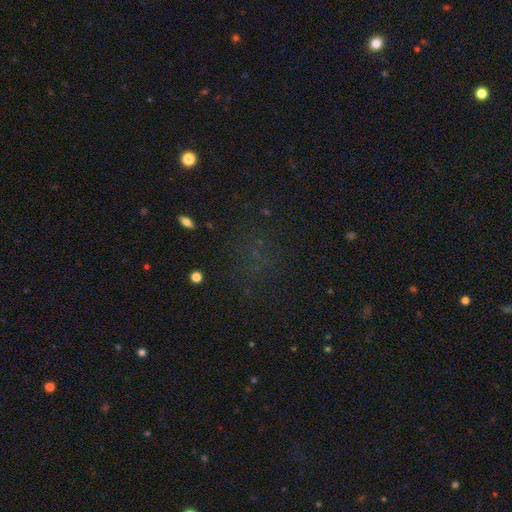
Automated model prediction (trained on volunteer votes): A star or artifact, not a galaxy (54%).